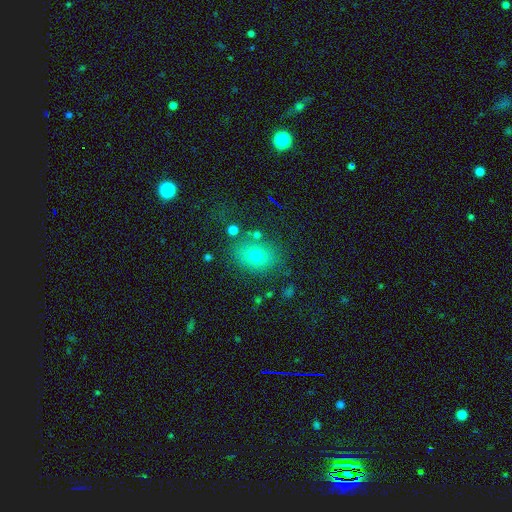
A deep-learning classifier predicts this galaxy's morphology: smooth_or_featured: smooth (p=0.70) [alt: star or artifact p=0.16]
how_rounded: in between (p=0.54) [alt: round p=0.45]
merging: none (p=0.76) [alt: minor disturbance p=0.13]